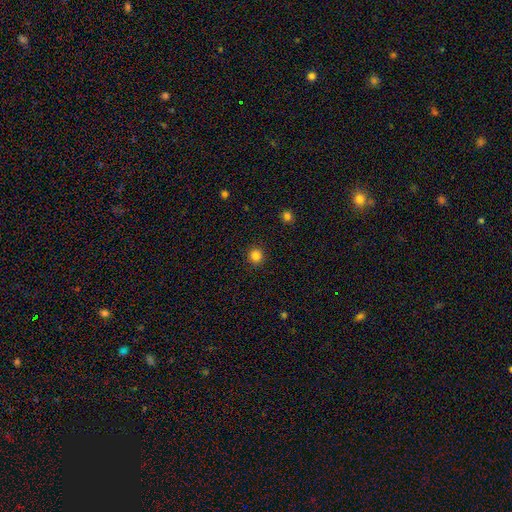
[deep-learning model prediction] This appears to be a smooth galaxy with no disk features (84%) that is round (93%). Merging: none (92%).